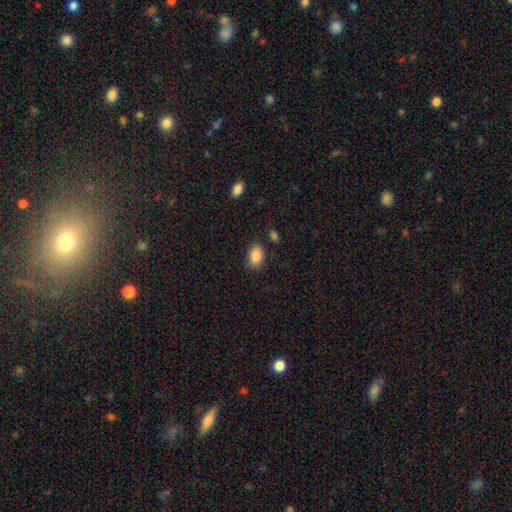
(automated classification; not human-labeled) Overall: smooth (87%). How rounded: in between (85%). Merging: none (82%).